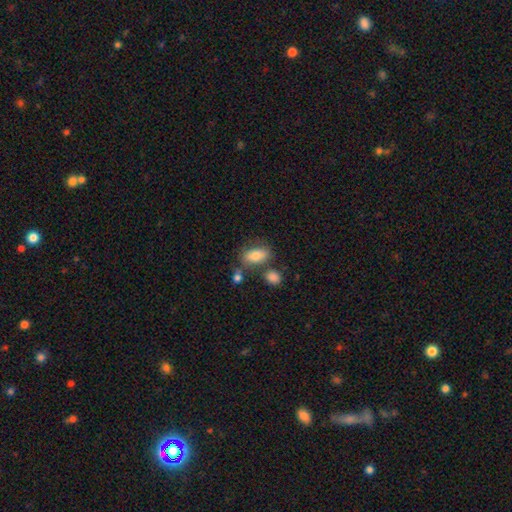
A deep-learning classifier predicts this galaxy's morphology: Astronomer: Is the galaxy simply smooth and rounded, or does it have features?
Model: smooth — 77%.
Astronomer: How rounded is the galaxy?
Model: in between — 87%.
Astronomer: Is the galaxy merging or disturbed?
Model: none — 61%.